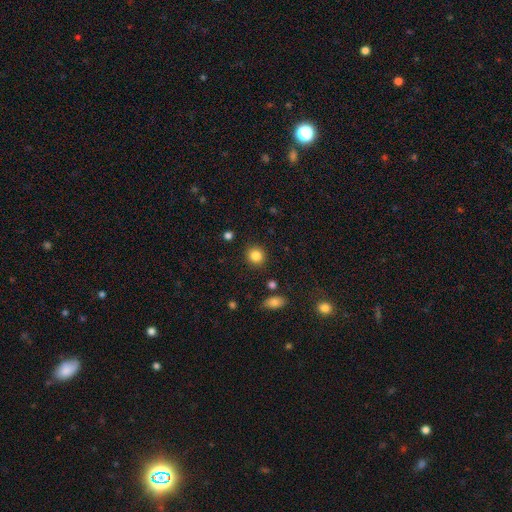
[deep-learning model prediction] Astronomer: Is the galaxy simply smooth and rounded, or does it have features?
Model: smooth — 85%.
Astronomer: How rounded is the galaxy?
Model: round — 87%.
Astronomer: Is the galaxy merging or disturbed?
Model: none — 89%.